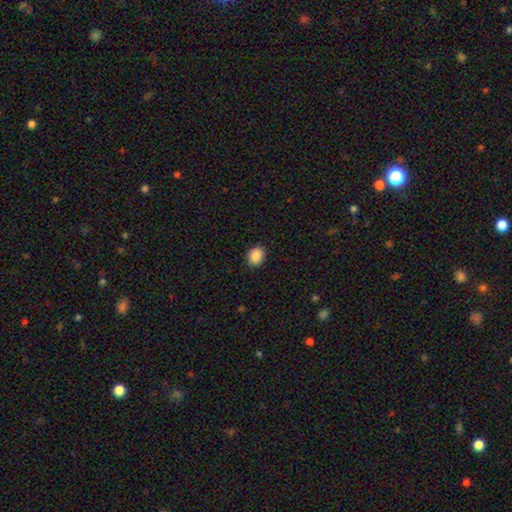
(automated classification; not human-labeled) This is clearly a smooth galaxy (89%). How rounded: possibly in between (52%). Merging: clearly none (89%).